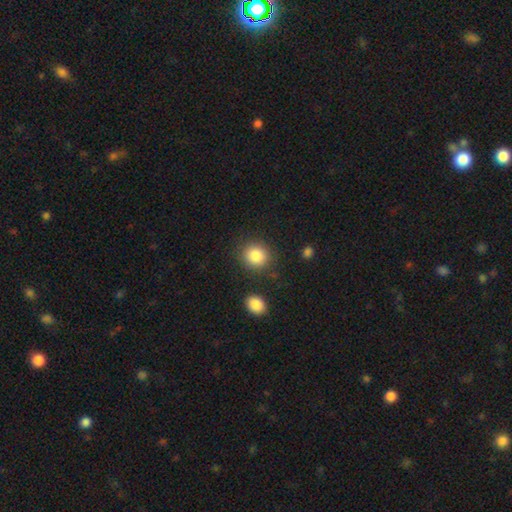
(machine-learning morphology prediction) Smooth or featured: smooth — 85% (star or artifact — 9%)
How rounded: round — 82% (in between — 17%)
Merging: none — 83% (minor disturbance — 9%)